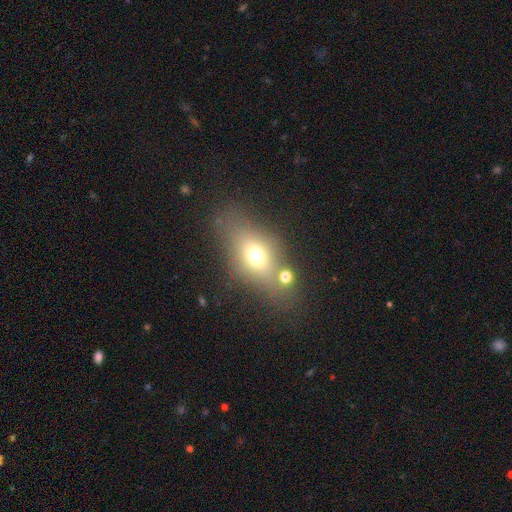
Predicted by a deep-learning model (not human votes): The model was most divided on "smooth or featured": smooth: 63%, featured or disk: 22%, star or artifact: 15%. More confident: how rounded — in between (71%); merging — none (62%).